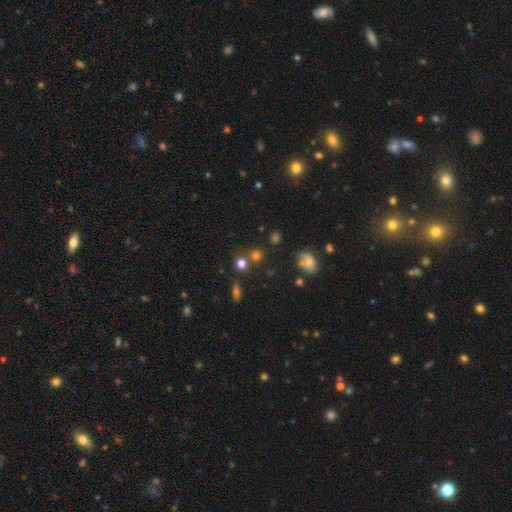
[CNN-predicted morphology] A smooth galaxy with no disk features (58%) that is round (88%).

Vote fractions:
- Smooth or featured? smooth: 58% / star or artifact: 34% / featured or disk: 8%
- How rounded? round: 88% / in between: 10% / cigar-shaped: 1%
- Merging? none: 73% / merger: 15% / minor disturbance: 9% / major disturbance: 4%